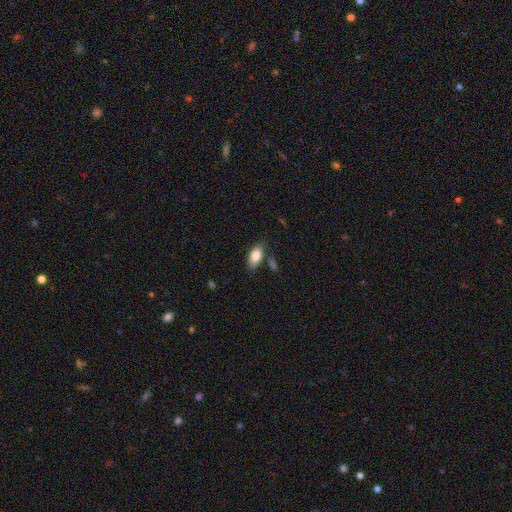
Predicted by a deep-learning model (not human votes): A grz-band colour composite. It shows a smooth galaxy with no disk features (81%) that is in between round and cigar-shaped (90%). Merging: none (71%).